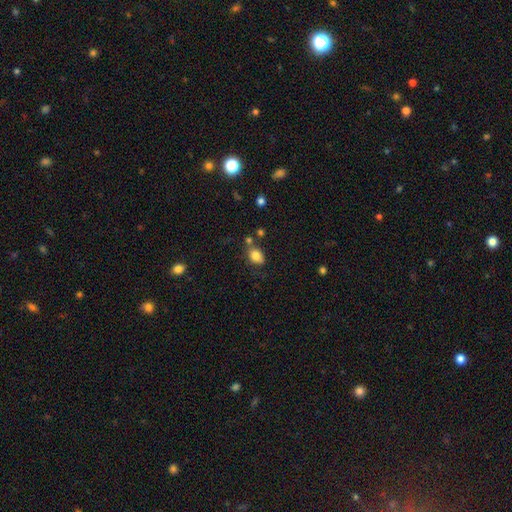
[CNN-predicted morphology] smooth-or-featured: smooth: 82% | star or artifact: 10% | featured or disk: 8%
  how-rounded: in between: 69% | round: 30% | cigar-shaped: 1%
  merging: none: 64% | minor disturbance: 18% | merger: 12% | major disturbance: 5%